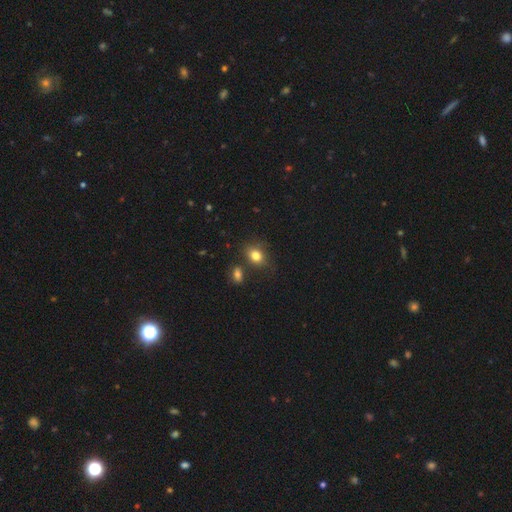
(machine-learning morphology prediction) This is clearly a smooth galaxy (81%). How rounded: likely in between (61%). Merging: likely none (70%).